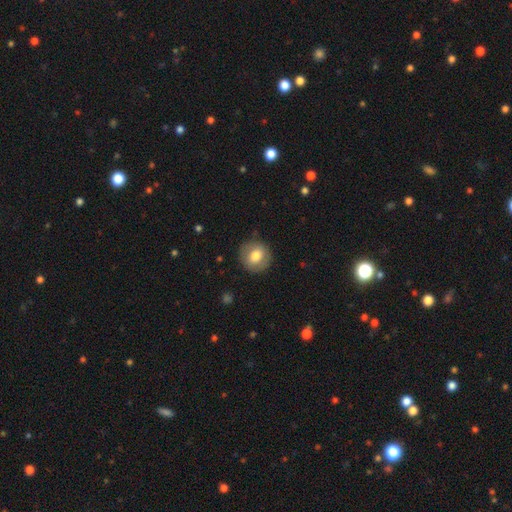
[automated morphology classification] This appears to be a smooth galaxy with no disk features (72%) that is round (89%). Merging: none (86%).